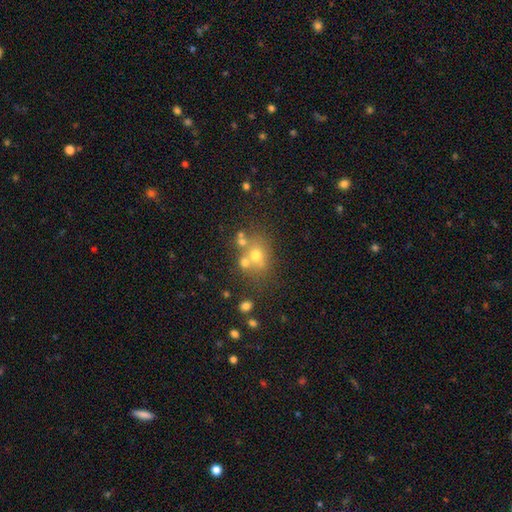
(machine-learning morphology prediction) Smooth or featured?
  - smooth: 59% *
  - featured or disk: 22%
  - star or artifact: 19%
How rounded?
  - round: 66% *
  - in between: 33%
  - cigar-shaped: 1%
Merging?
  - none: 52% *
  - merger: 30%
  - minor disturbance: 12%
  - major disturbance: 6%